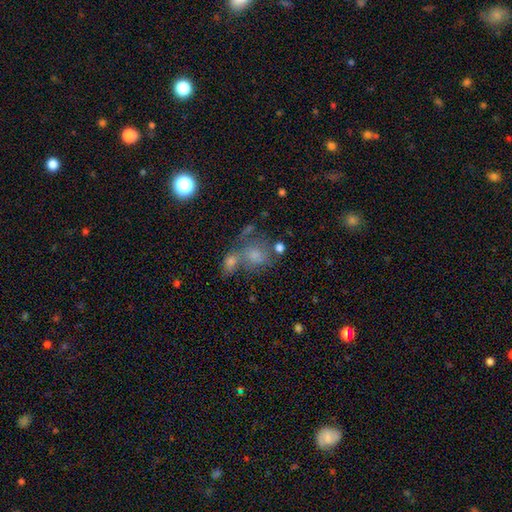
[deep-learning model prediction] smooth_or_featured: smooth (p=0.49) [alt: featured or disk p=0.30]
merging: merger (p=0.39) [alt: none p=0.37]